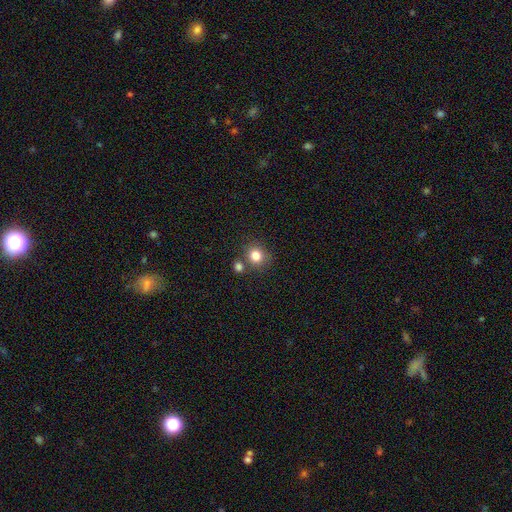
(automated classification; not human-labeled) smooth 82%, star or artifact 12%, featured or disk 6%. Down the decision tree: how rounded — round (83%); merging — none (71%).